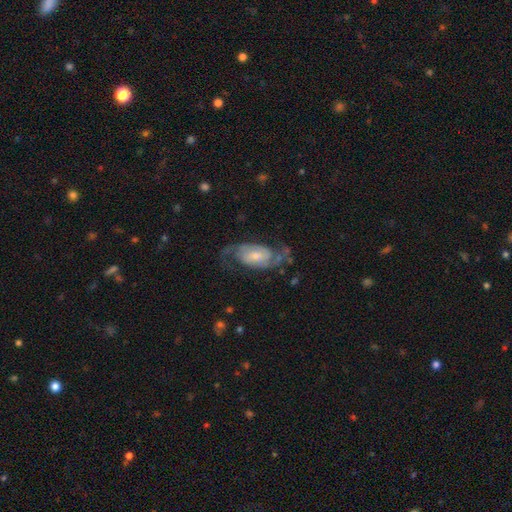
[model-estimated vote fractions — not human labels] Smooth or featured: featured or disk — 86% (smooth — 9%)
Edge-on disk: no — 96% (yes — 4%)
Bar: no — 51% (weak — 39%)
Spiral arms: yes — 96% (no — 4%)
Spiral winding: medium — 49% (loose — 30%)
Spiral arm count: 2 — 91% (can't tell — 4%)
Bulge size: moderate — 43% (tied with small — 43%)
Merging: none — 68% (minor disturbance — 16%)